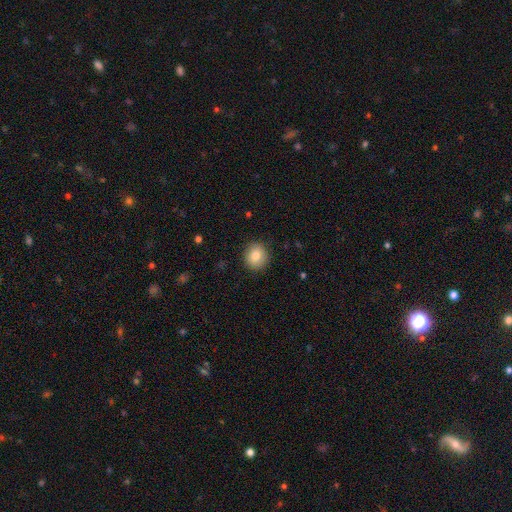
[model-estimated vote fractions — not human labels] smooth-or-featured: smooth: 82% | star or artifact: 9% | featured or disk: 9%
  how-rounded: round: 87% | in between: 12% | cigar-shaped: 1%
  merging: none: 90% | minor disturbance: 7% | major disturbance: 2% | merger: 1%